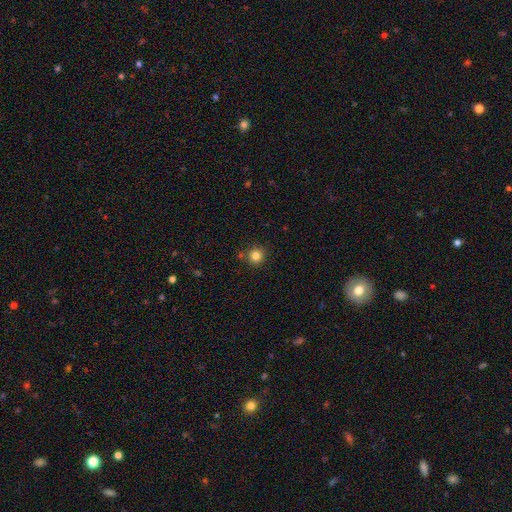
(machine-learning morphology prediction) Smooth or featured? Predicted: smooth (p=0.82). How rounded? Predicted: round (p=0.93). Merging? Predicted: none (p=0.84).